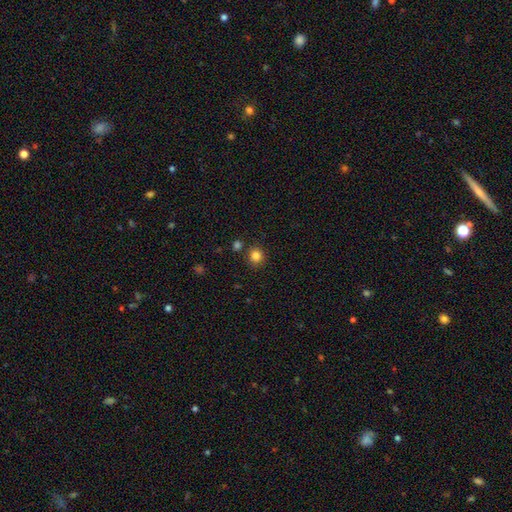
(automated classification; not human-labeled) Smooth or featured? Predicted: smooth (p=0.84). How rounded? Predicted: round (p=0.87). Merging? Predicted: none (p=0.82).